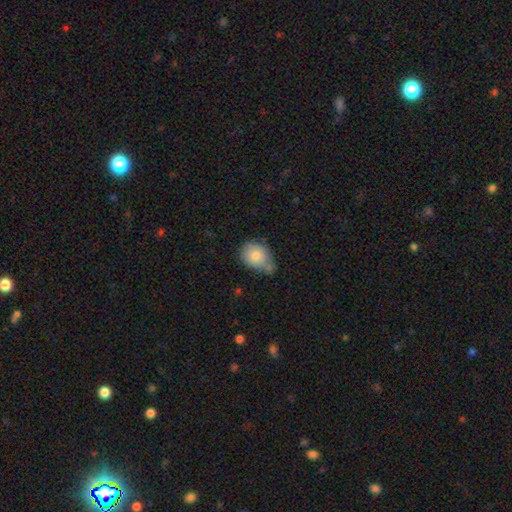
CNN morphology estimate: smooth 79%, featured or disk 12%, star or artifact 8%. Down the decision tree: how rounded — round (54%); merging — none (49%).